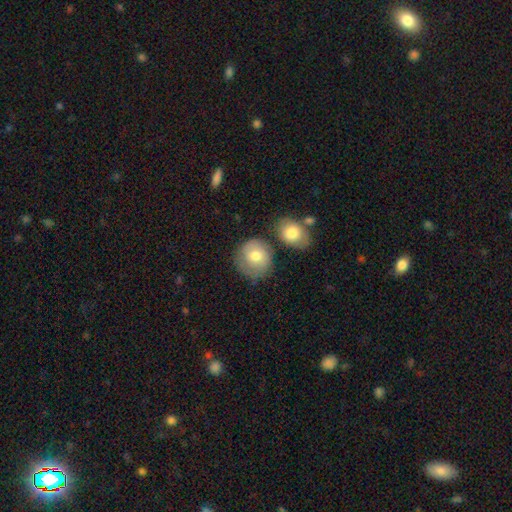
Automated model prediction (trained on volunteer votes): A smooth galaxy with no disk features (74%) that is round (82%). Merging: none (60%).